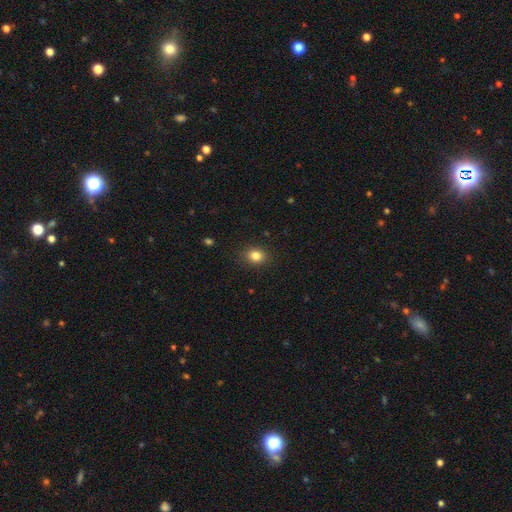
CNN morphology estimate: type=smooth (83%); roundness=round (51%); merging=none (88%).